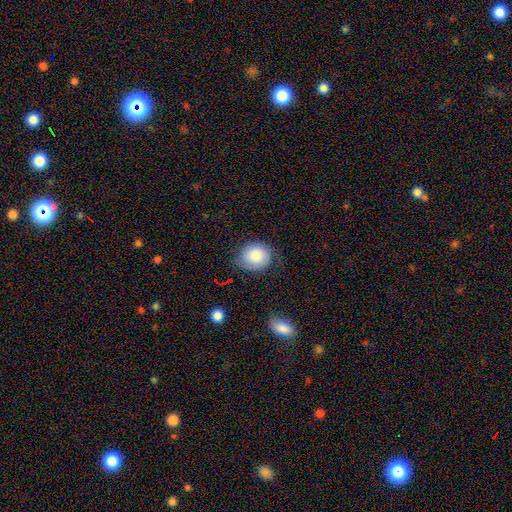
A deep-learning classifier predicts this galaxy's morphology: smooth-or-featured: smooth: 78% | featured or disk: 14% | star or artifact: 8%
  how-rounded: round: 74% | in between: 25% | cigar-shaped: 1%
  merging: none: 71% | minor disturbance: 21% | major disturbance: 6% | merger: 2%